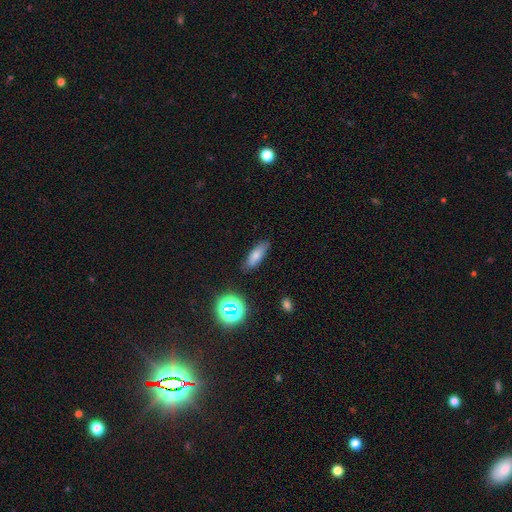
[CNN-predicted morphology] smooth-or-featured: smooth: 74% | featured or disk: 13% | star or artifact: 13%
  how-rounded: in between: 57% | cigar-shaped: 39% | round: 4%
  merging: none: 83% | minor disturbance: 12% | major disturbance: 3% | merger: 2%